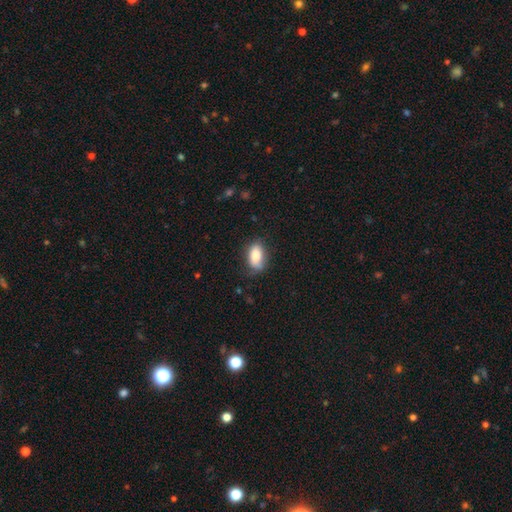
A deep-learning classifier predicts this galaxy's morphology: Smooth or featured? Predicted: smooth (p=0.83). How rounded? Predicted: in between (p=0.90). Merging? Predicted: none (p=0.68).